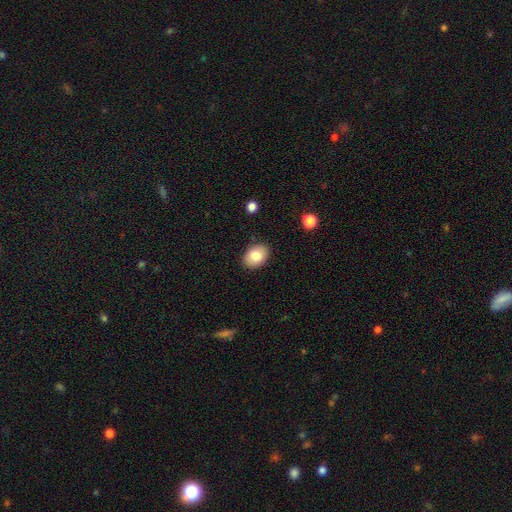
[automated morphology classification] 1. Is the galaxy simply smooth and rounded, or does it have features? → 81% smooth, 11% featured or disk, 7% star or artifact.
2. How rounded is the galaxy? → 78% in between, 22% round, 1% cigar-shaped.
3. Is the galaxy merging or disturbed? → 88% none, 9% minor disturbance, 2% major disturbance, 1% merger.